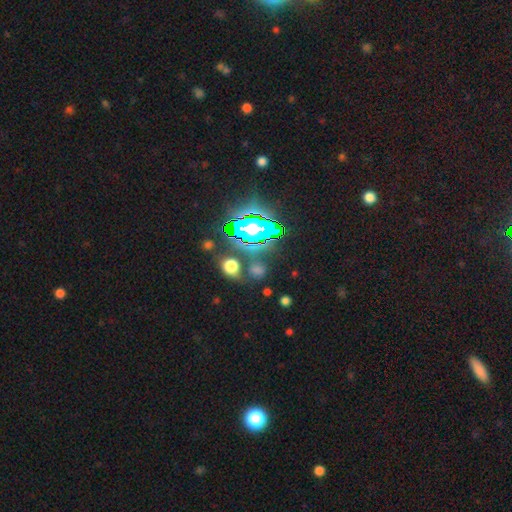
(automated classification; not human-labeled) The model was most divided on "smooth or featured": star or artifact: 82%, smooth: 11%, featured or disk: 7%.